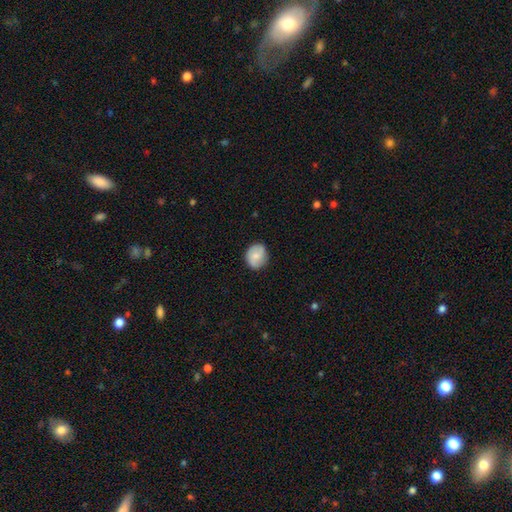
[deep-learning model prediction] A smooth galaxy with no disk features (69%) that is round (67%).

Vote fractions:
- Smooth or featured? smooth: 69% / featured or disk: 24% / star or artifact: 7%
- How rounded? round: 67% / in between: 32% / cigar-shaped: 1%
- Merging? none: 81% / minor disturbance: 15% / major disturbance: 3% / merger: 1%